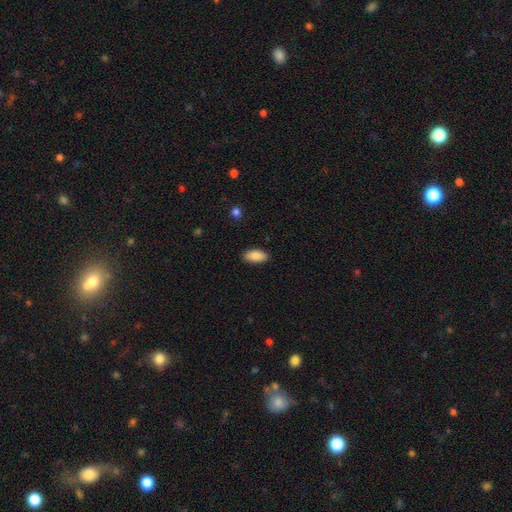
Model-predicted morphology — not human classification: smooth_or_featured: smooth (p=0.89) [alt: star or artifact p=0.06]
how_rounded: in between (p=0.92) [alt: cigar-shaped p=0.06]
merging: none (p=0.88) [alt: minor disturbance p=0.09]